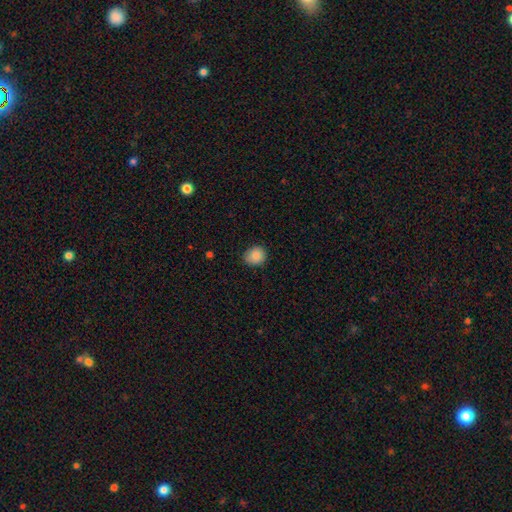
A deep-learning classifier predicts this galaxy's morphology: smooth-or-featured: smooth: 86% | star or artifact: 9% | featured or disk: 5%
  how-rounded: round: 76% | in between: 23% | cigar-shaped: 1%
  merging: none: 82% | minor disturbance: 15% | major disturbance: 2% | merger: 1%